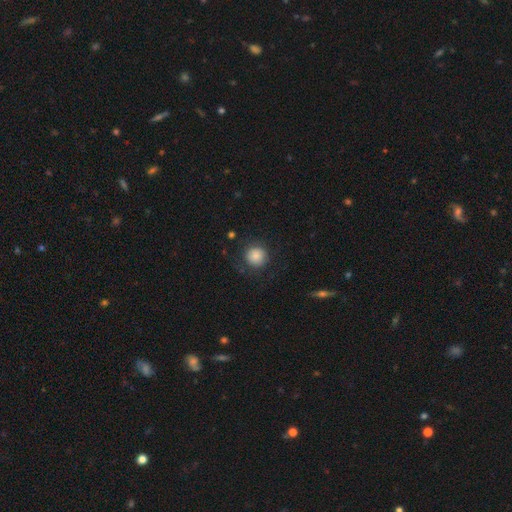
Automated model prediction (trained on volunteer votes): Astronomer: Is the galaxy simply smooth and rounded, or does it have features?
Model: smooth — 85%.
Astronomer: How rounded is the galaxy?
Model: round — 94%.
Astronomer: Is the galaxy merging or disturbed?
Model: none — 81%.